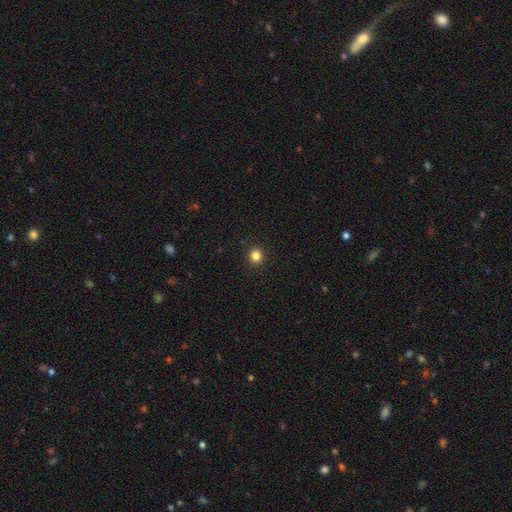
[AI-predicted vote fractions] A smooth galaxy with no disk features (83%) that is round (87%).

Vote fractions:
- Smooth or featured? smooth: 83% / star or artifact: 13% / featured or disk: 4%
- How rounded? round: 87% / in between: 12% / cigar-shaped: 1%
- Merging? none: 92% / minor disturbance: 5% / major disturbance: 2% / merger: 1%